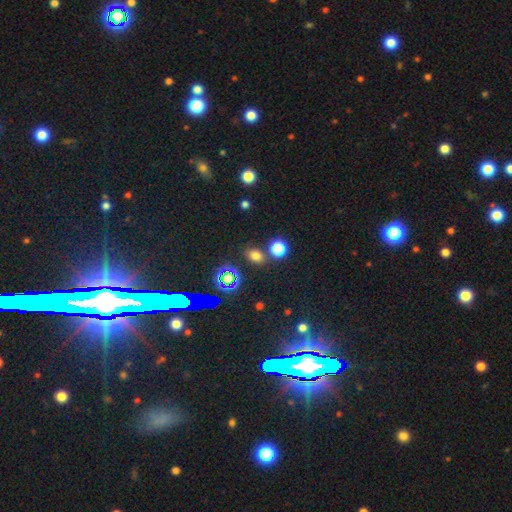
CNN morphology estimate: A smooth galaxy with no disk features (68%) that is in between round and cigar-shaped (51%). Merging: none (75%).